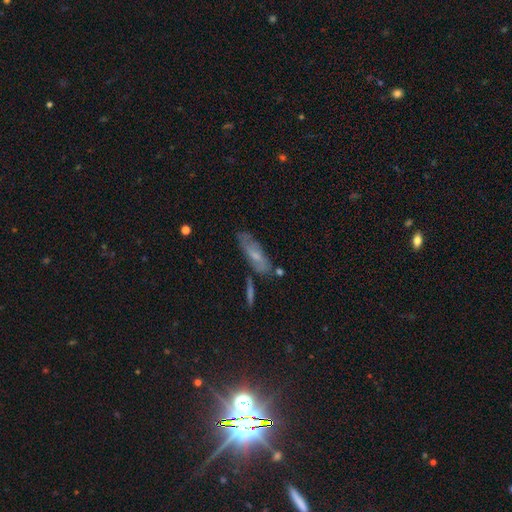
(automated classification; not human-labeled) Morphology: type=featured or disk (46%, tied with smooth); merging=none (67%).